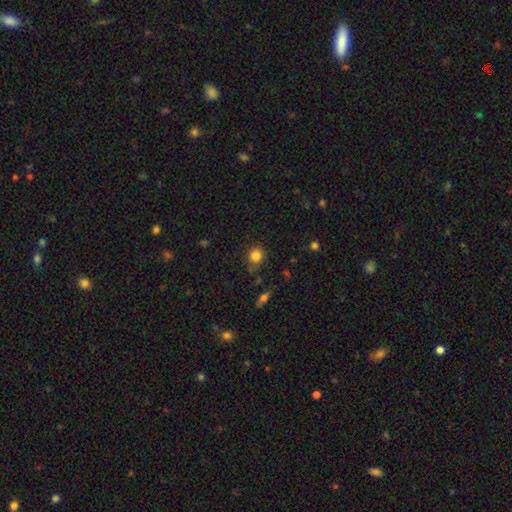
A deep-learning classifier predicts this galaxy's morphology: Smooth or featured: smooth — 83% (star or artifact — 11%)
How rounded: round — 81% (in between — 18%)
Merging: none — 80% (minor disturbance — 13%)